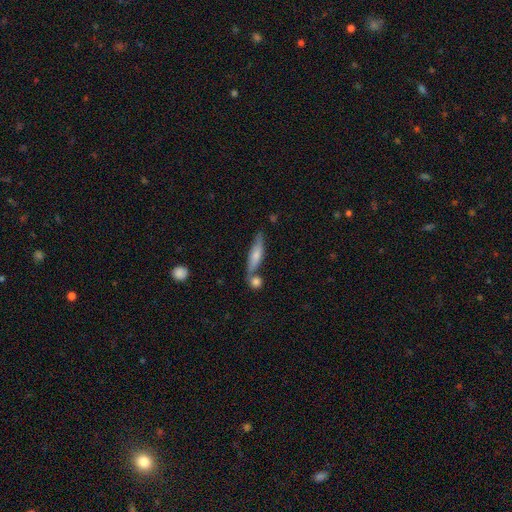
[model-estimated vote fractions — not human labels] A smooth galaxy with no disk features (58%) that is cigar-shaped (73%).

Vote fractions:
- Smooth or featured? smooth: 58% / featured or disk: 36% / star or artifact: 6%
- How rounded? cigar-shaped: 73% / in between: 24% / round: 3%
- Merging? none: 60% / merger: 21% / minor disturbance: 15% / major disturbance: 4%